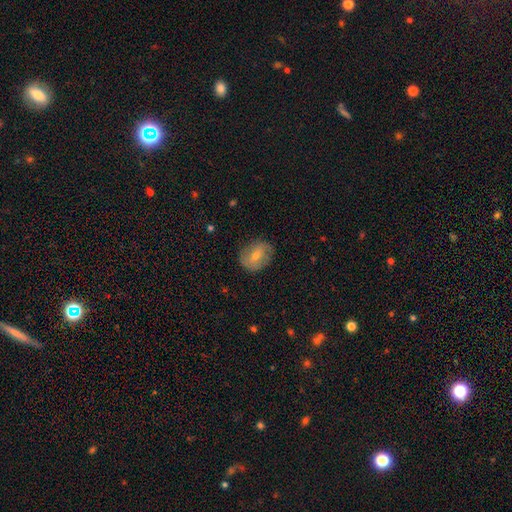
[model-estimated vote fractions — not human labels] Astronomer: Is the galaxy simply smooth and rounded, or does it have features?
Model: smooth — 47% (runner-up: featured or disk, 42%).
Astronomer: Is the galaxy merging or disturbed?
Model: none — 79%.